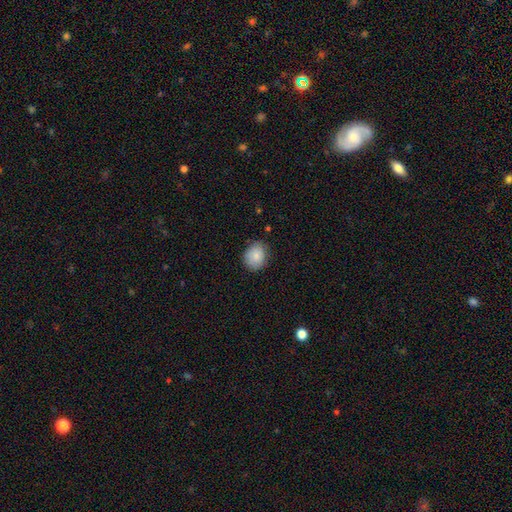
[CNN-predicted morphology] This is clearly a smooth galaxy (83%). How rounded: likely round (62%). Merging: likely none (77%).